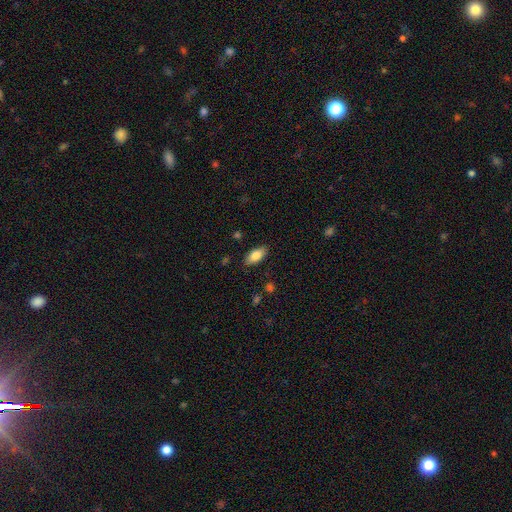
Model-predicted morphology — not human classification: smooth_or_featured: smooth (p=0.83) [alt: featured or disk p=0.10]
how_rounded: in between (p=0.90) [alt: cigar-shaped p=0.08]
merging: none (p=0.86) [alt: minor disturbance p=0.11]